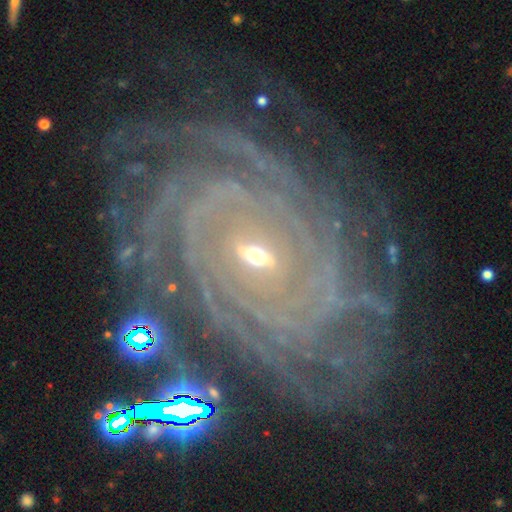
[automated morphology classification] smooth_or_featured: featured or disk (p=0.87) [alt: star or artifact p=0.09]
disk_edge_on: no (p=0.96) [alt: yes p=0.04]
bar: no (p=0.71) [alt: weak p=0.19]
has_spiral_arms: yes (p=0.98) [alt: no p=0.02]
spiral_winding: tight (p=0.87) [alt: medium p=0.11]
spiral_arm_count: more than 4 (p=0.25) [alt: can't tell p=0.22]
bulge_size: small (p=0.76) [alt: moderate p=0.21]
merging: none (p=0.82) [alt: minor disturbance p=0.12]